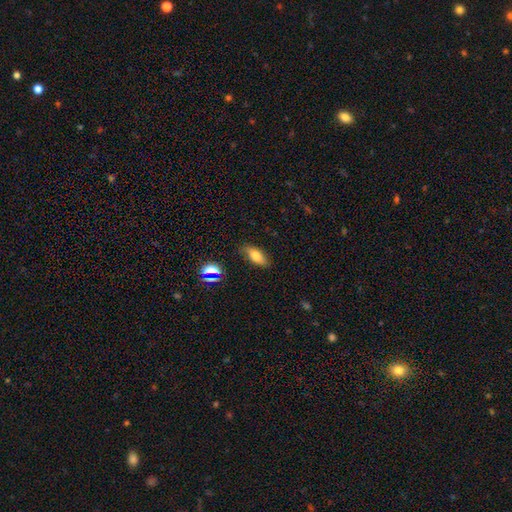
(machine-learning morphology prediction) Q: Smooth or featured?
A: smooth (72%); runner-up: featured or disk (17%)
Q: How rounded?
A: in between (78%); runner-up: cigar-shaped (18%)
Q: Merging?
A: none (84%); runner-up: minor disturbance (11%)